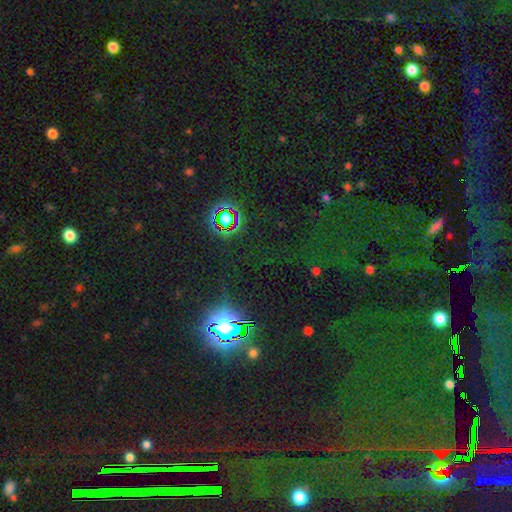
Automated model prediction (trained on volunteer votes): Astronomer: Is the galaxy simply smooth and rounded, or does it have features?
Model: star or artifact — 79%.